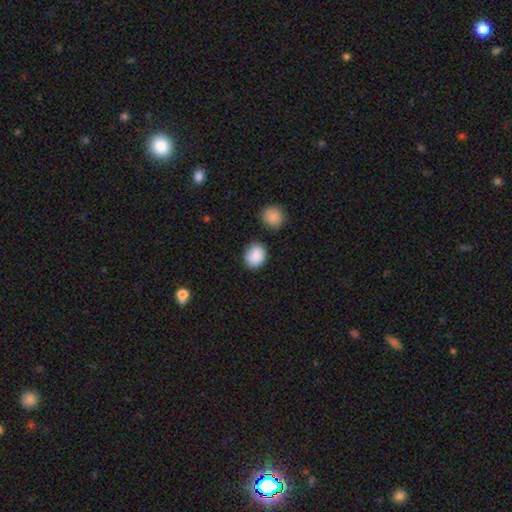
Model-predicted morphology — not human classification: smooth 88%, star or artifact 7%, featured or disk 5%. Down the decision tree: how rounded — round (65%); merging — none (78%).